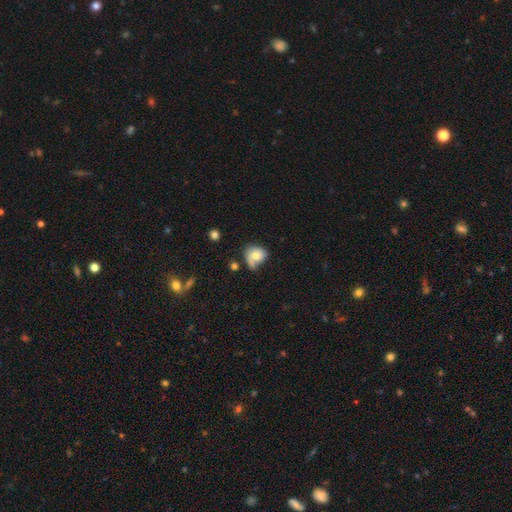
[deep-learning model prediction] Overall: smooth (63%; featured or disk 29%). How rounded: round (65%; in between 34%). Merging: none (38%; minor disturbance 32%).